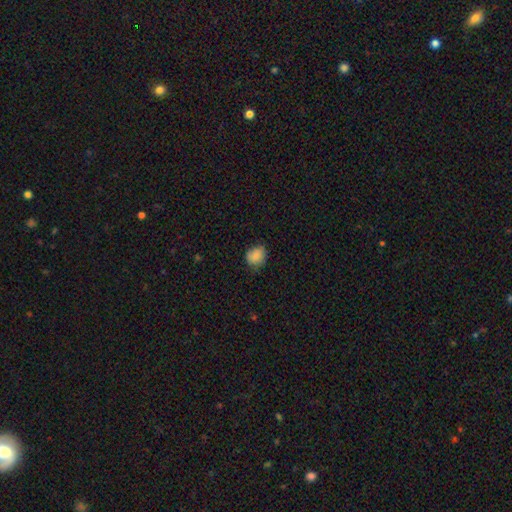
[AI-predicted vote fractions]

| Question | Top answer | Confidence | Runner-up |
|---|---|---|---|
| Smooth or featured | smooth | 84% | star or artifact (8%) |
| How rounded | round | 67% | in between (33%) |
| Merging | none | 69% | minor disturbance (26%) |